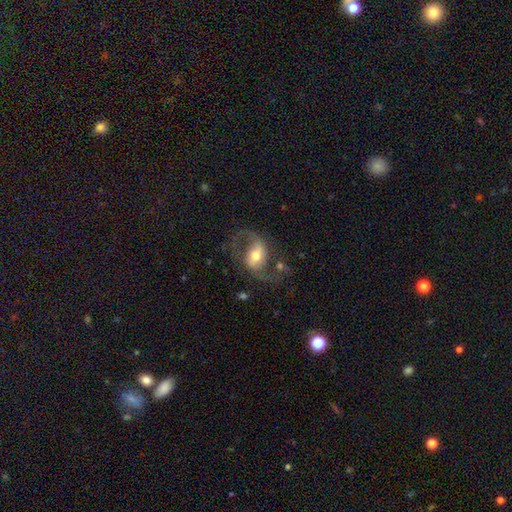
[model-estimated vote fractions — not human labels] Q: Smooth or featured?
A: featured or disk (82%); runner-up: smooth (12%)
Q: Edge-on disk?
A: no (97%); runner-up: yes (3%)
Q: Bar?
A: weak (43%); runner-up: no (29%)
Q: Spiral arms?
A: yes (93%); runner-up: no (7%)
Q: Spiral winding?
A: loose (54%); runner-up: medium (39%)
Q: Spiral arm count?
A: 2 (90%); runner-up: 1 (4%)
Q: Bulge size?
A: moderate (67%); runner-up: small (20%)
Q: Merging?
A: none (64%); runner-up: major disturbance (16%)